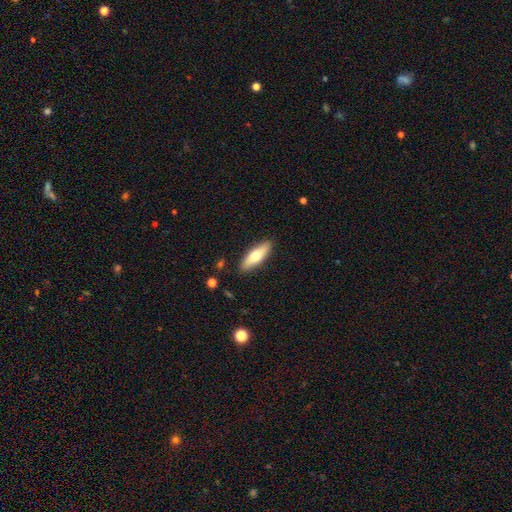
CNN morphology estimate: This is likely a smooth galaxy (62%). How rounded: possibly in between (55%). Merging: clearly none (88%).